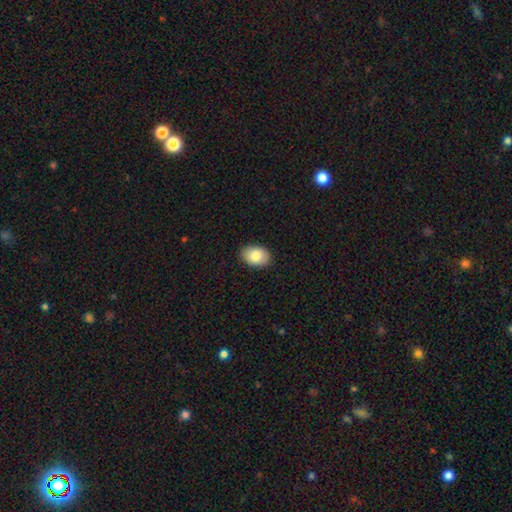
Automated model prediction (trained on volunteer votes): Smooth or featured? smooth (85%)
How rounded? in between (85%)
Merging? none (89%)